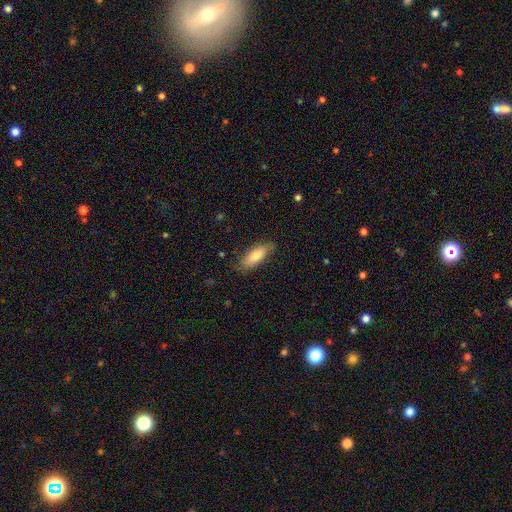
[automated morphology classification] The model was most divided on "how rounded": in between: 72%, cigar-shaped: 27%, round: 2%. More confident: merging — none (80%); smooth or featured — smooth (80%).